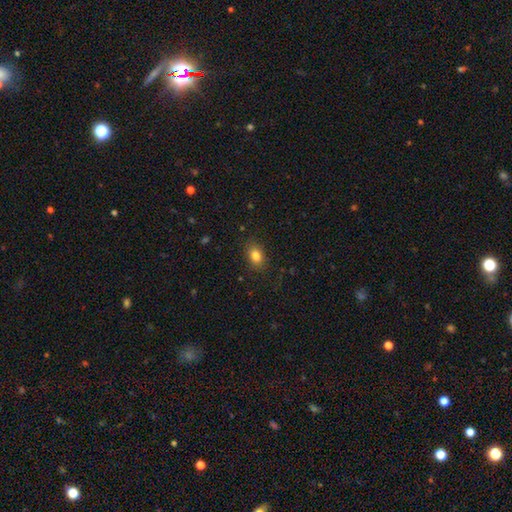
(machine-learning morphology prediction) This is clearly a smooth galaxy (83%). How rounded: likely in between (78%). Merging: clearly none (85%).